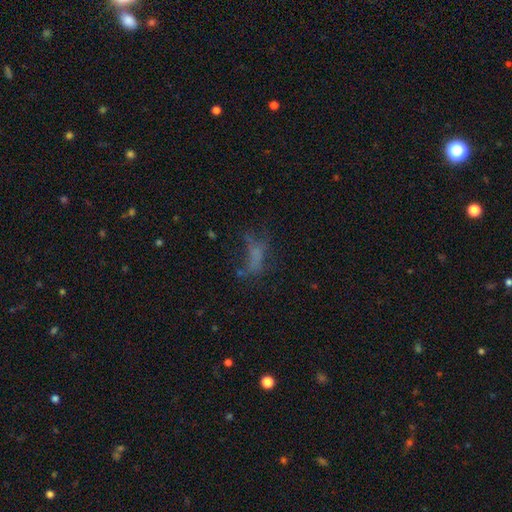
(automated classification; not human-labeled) smooth-or-featured: smooth: 42% | featured or disk: 32% | star or artifact: 26%
  merging: none: 38% (tied) | major disturbance: 38% (tied) | minor disturbance: 18% | merger: 6%